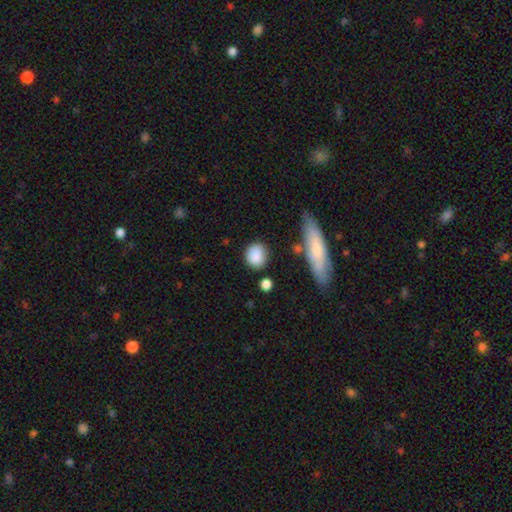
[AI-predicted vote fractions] Smooth or featured? Predicted: smooth (p=0.87). How rounded? Predicted: round (p=0.70). Merging? Predicted: none (p=0.76).